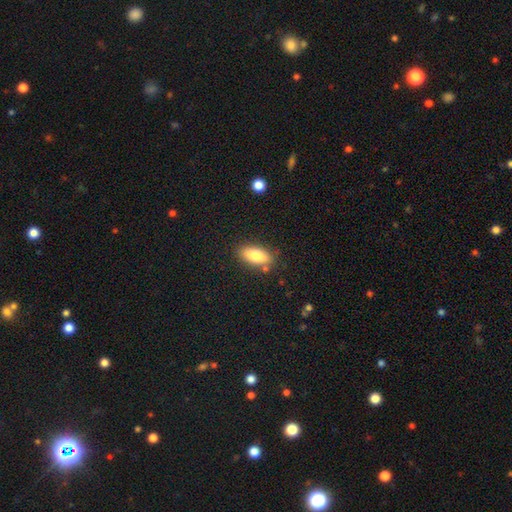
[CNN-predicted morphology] type=smooth (80%); roundness=in between (82%); merging=none (82%).